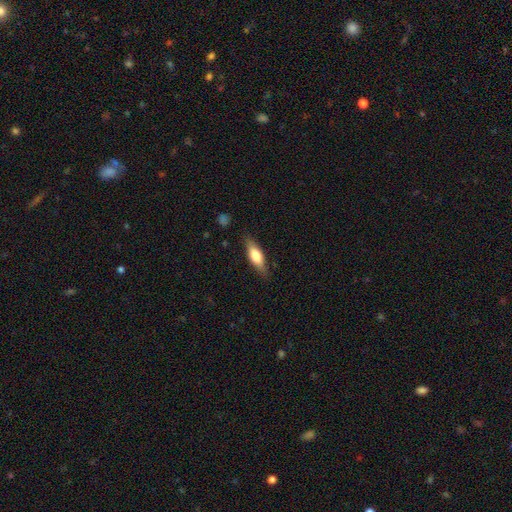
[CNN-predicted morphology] The model was most divided on "how rounded": in between: 56%, cigar-shaped: 42%, round: 2%. More confident: merging — none (83%); smooth or featured — smooth (65%).